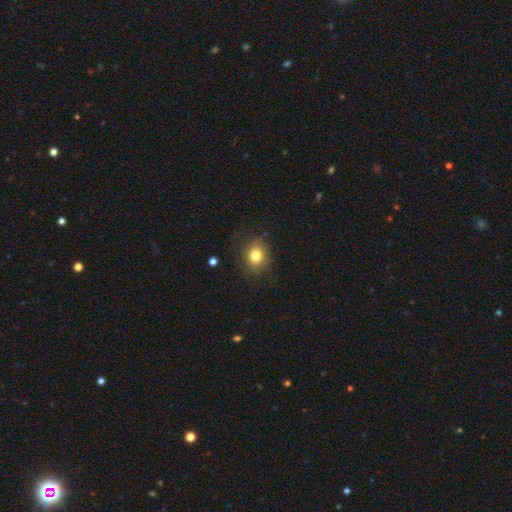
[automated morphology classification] Smooth or featured: smooth — 80% (star or artifact — 11%)
How rounded: round — 63% (in between — 36%)
Merging: none — 80% (minor disturbance — 14%)